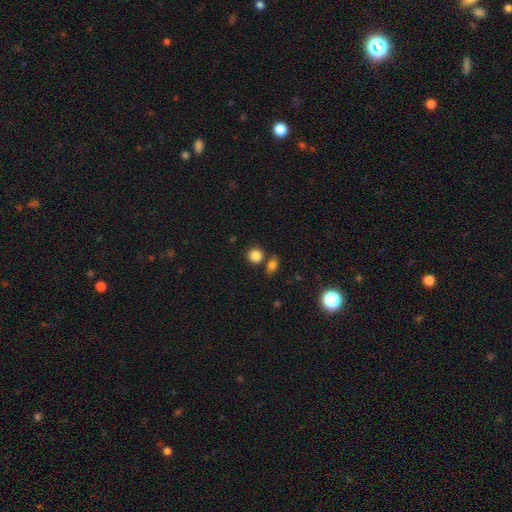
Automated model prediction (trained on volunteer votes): The model was most divided on "merging": none: 71%, merger: 16%, minor disturbance: 10%, major disturbance: 3%. More confident: how rounded — round (86%); smooth or featured — smooth (85%).